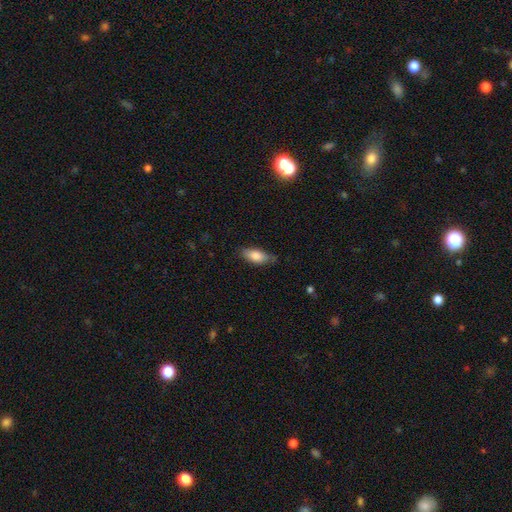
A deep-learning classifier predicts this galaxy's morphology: Smooth or featured? smooth (81%)
How rounded? in between (84%)
Merging? none (71%)